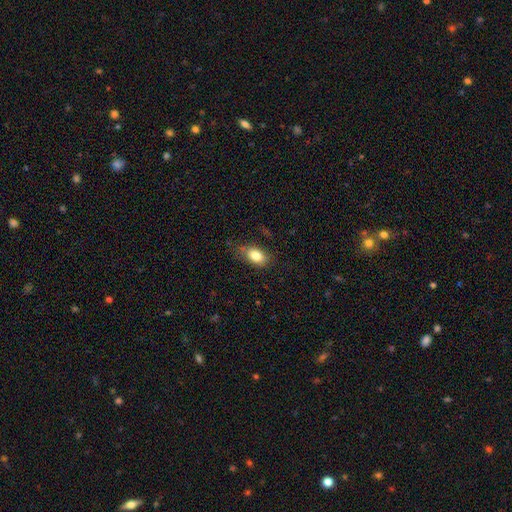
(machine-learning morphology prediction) The model was most divided on "merging": none: 68%, minor disturbance: 23%, major disturbance: 7%, merger: 1%. More confident: how rounded — in between (86%); smooth or featured — smooth (82%).